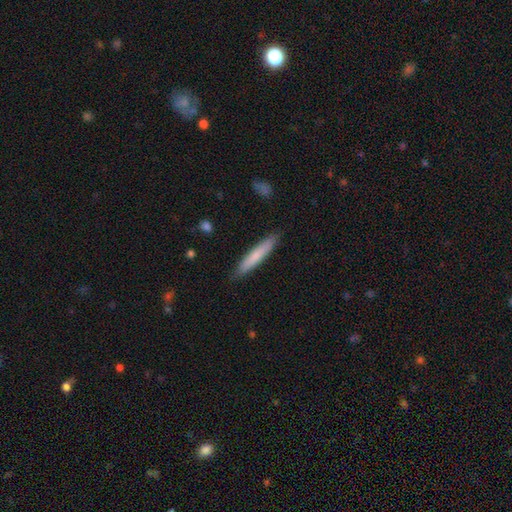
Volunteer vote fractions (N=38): A smooth galaxy with no disk features (68%) that is cigar-shaped (92%). Merging: none (86%).